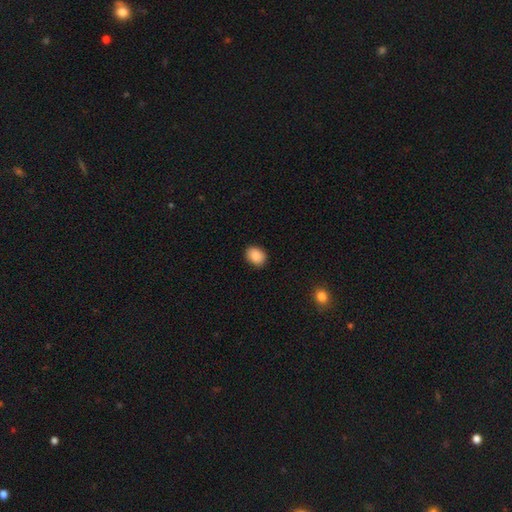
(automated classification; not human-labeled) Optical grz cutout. It shows a smooth galaxy with no disk features (86%) that is in between round and cigar-shaped (54%). Merging: none (89%).